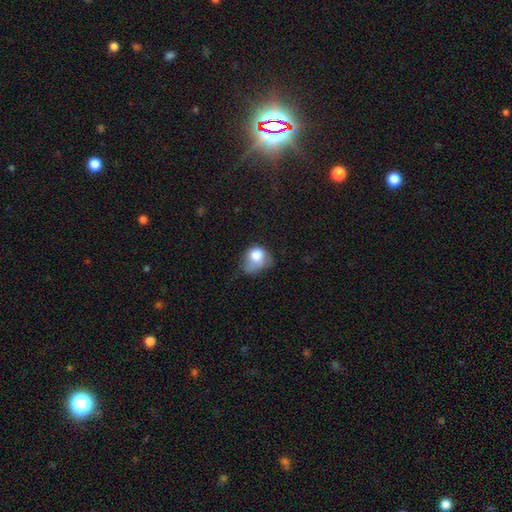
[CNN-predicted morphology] The model was most divided on "how rounded": round: 53%, in between: 46%, cigar-shaped: 1%. Remaining: smooth or featured — smooth (76%); merging — minor disturbance (40%).